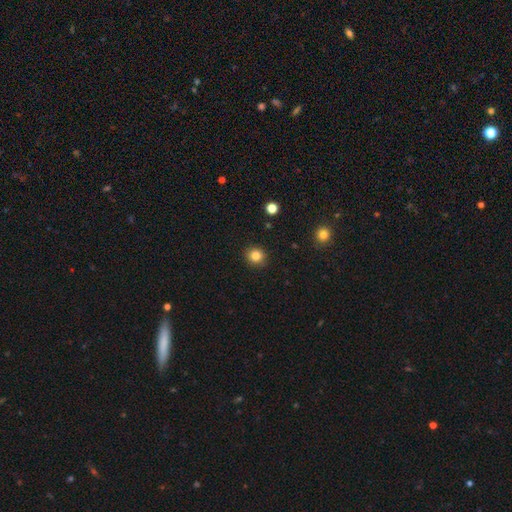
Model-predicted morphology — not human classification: smooth 83%, star or artifact 12%, featured or disk 5%. Down the decision tree: how rounded — round (91%); merging — none (91%).